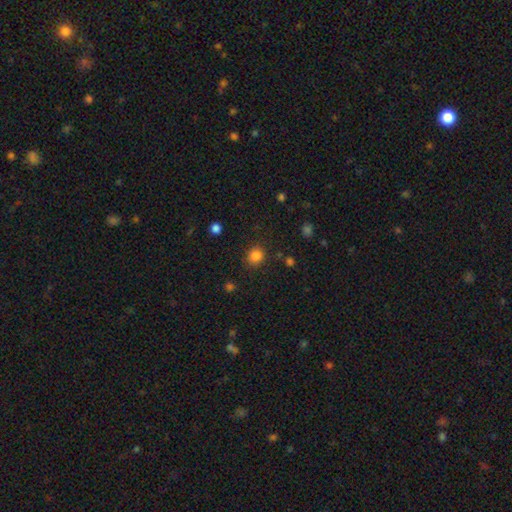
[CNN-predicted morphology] smooth-or-featured: smooth: 84% | star or artifact: 12% | featured or disk: 4%
  how-rounded: round: 79% | in between: 20% | cigar-shaped: 1%
  merging: none: 85% | minor disturbance: 9% | major disturbance: 3% | merger: 2%